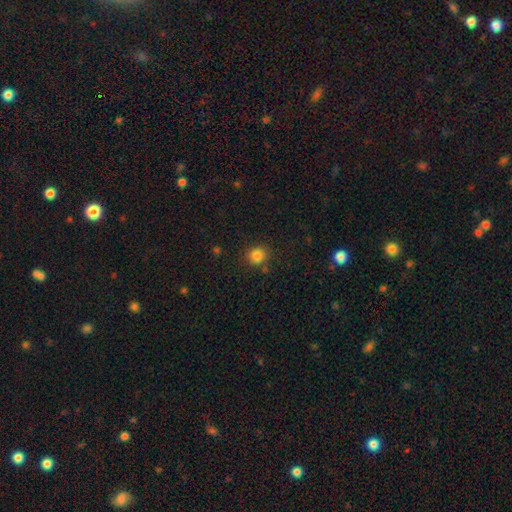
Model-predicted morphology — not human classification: smooth-or-featured: smooth: 84% | star or artifact: 12% | featured or disk: 4%
  how-rounded: round: 85% | in between: 14% | cigar-shaped: 1%
  merging: none: 84% | minor disturbance: 10% | merger: 3% | major disturbance: 3%